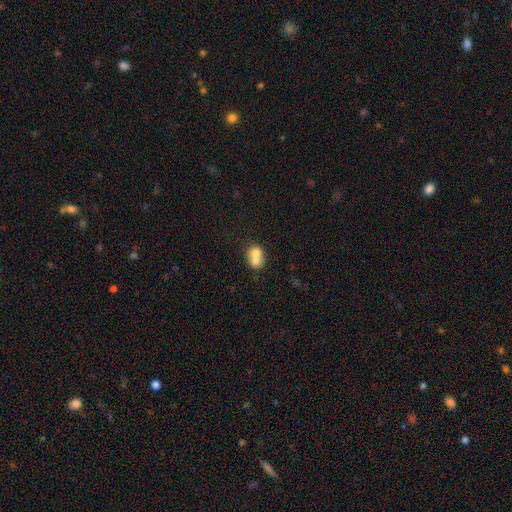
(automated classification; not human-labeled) Overall: smooth (69%). How rounded: round (56%; in between 43%). Merging: merger (67%).